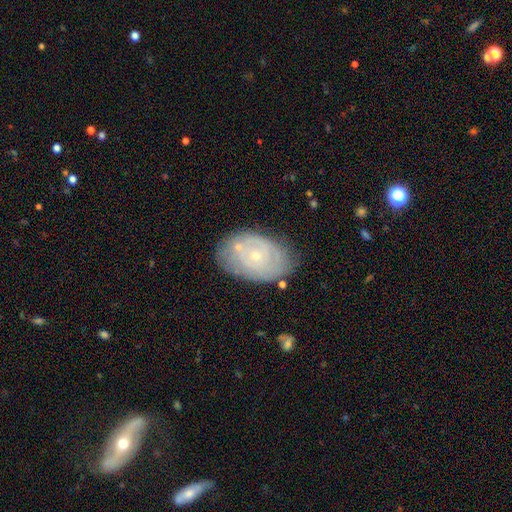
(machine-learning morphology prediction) smooth-or-featured: featured or disk: 66% | smooth: 28% | star or artifact: 7%
  disk-edge-on: no: 95% | yes: 5%
    bar: no: 85% | weak: 13% | strong: 2%
    has-spiral-arms: yes: 67% | no: 33%
    bulge-size: small: 76% | moderate: 20% | none: 1% | large: 1% | dominant: 1%
  merging: none: 69% | minor disturbance: 21% | major disturbance: 6% | merger: 4%